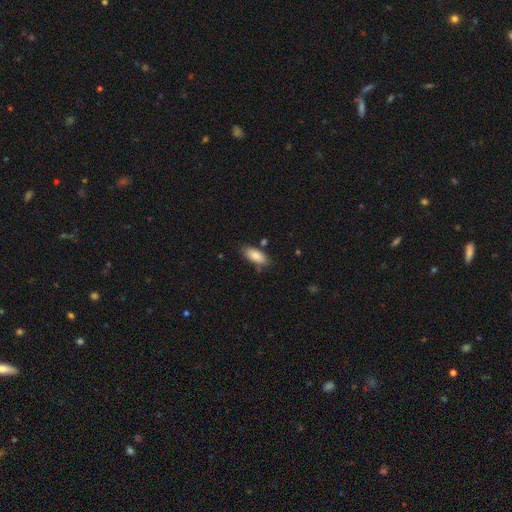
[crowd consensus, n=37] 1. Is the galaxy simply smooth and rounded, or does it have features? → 95% smooth, 5% featured or disk, 0% star or artifact.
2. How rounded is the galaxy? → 86% in between, 9% cigar-shaped, 6% round.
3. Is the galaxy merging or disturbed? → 78% none, 8% minor disturbance, 8% merger, 5% major disturbance.